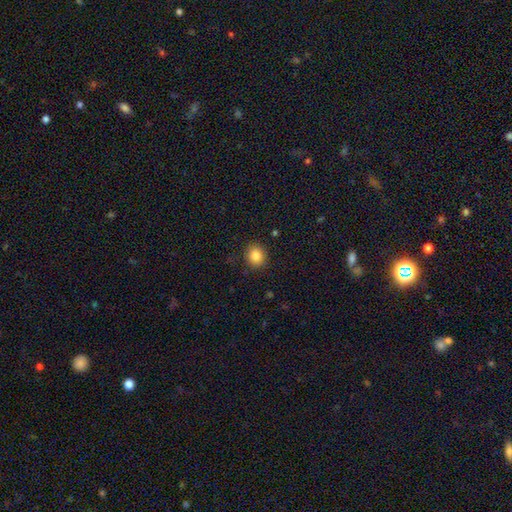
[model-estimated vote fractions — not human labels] A smooth galaxy with no disk features (85%) that is round (77%). Merging: none (89%).